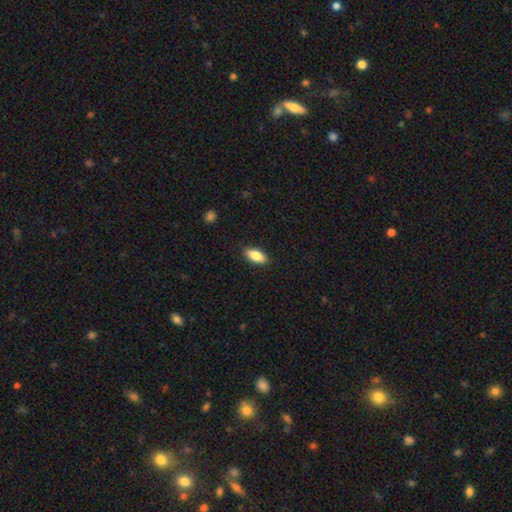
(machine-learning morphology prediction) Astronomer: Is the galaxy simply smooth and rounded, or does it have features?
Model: smooth — 82%.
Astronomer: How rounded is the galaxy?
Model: in between — 81%.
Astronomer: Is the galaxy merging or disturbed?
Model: none — 88%.